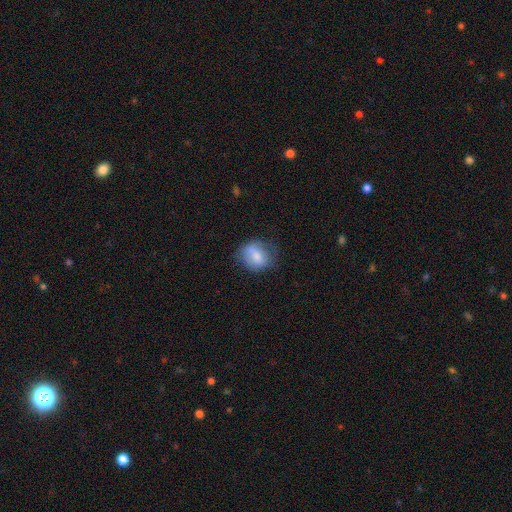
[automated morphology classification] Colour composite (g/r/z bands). It shows a smooth galaxy with no disk features (70%) that is round (54%). Merging: none (59%).